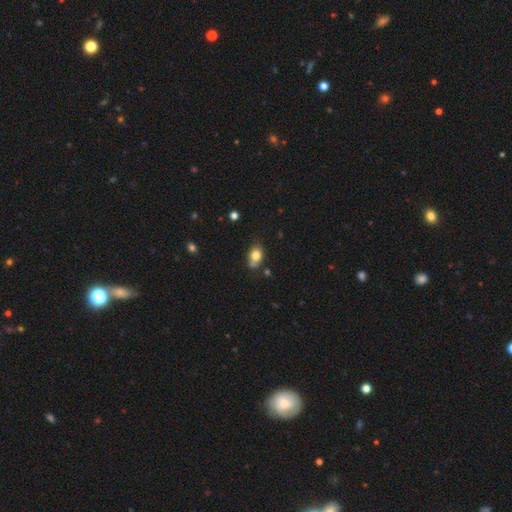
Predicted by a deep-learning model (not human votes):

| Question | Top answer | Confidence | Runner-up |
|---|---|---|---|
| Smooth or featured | smooth | 78% | featured or disk (12%) |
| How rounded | in between | 65% | round (33%) |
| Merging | none | 59% | minor disturbance (21%) |